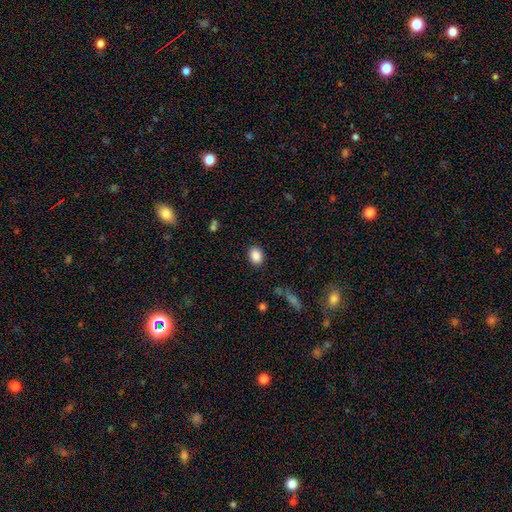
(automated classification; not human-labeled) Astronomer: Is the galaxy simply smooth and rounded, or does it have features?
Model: smooth — 87%.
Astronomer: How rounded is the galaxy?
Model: in between — 64%.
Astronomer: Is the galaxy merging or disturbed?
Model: none — 87%.